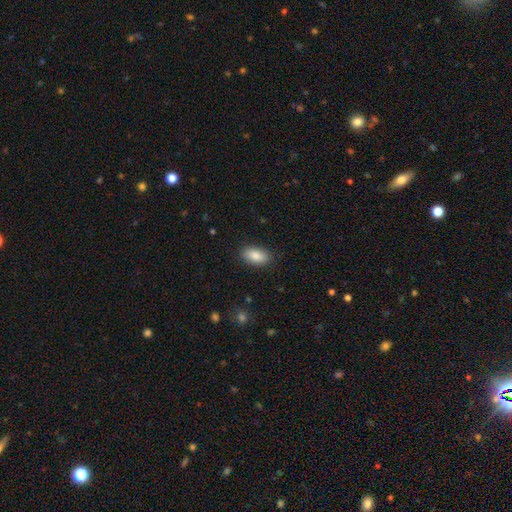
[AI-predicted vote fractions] The model was most divided on "merging": none: 88%, minor disturbance: 9%, major disturbance: 2%, merger: 1%. More confident: how rounded — in between (92%); smooth or featured — smooth (87%).